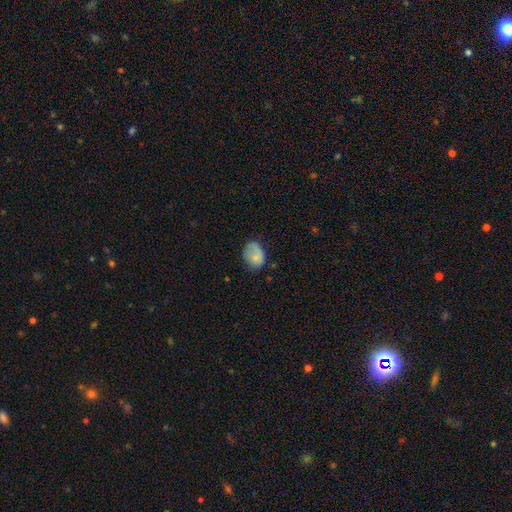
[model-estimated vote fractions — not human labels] smooth_or_featured: smooth (p=0.75) [alt: featured or disk p=0.17]
how_rounded: in between (p=0.64) [alt: round p=0.35]
merging: none (p=0.47) [alt: minor disturbance p=0.34]